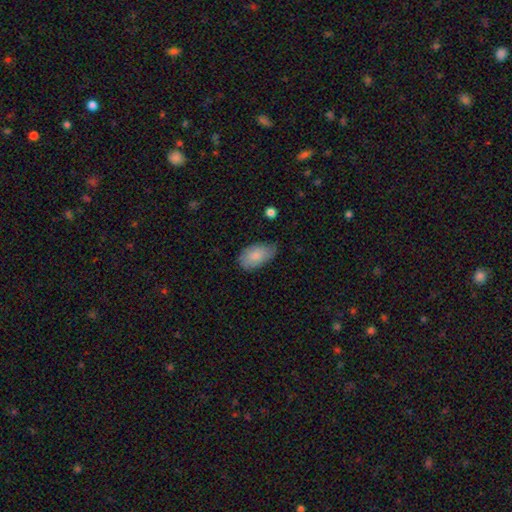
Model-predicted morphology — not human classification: Overall: smooth (84%). How rounded: in between (93%). Merging: none (61%; minor disturbance 32%).